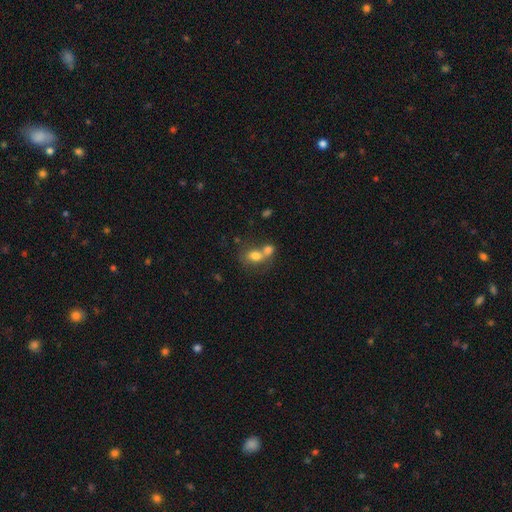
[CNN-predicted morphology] smooth 75%, featured or disk 14%, star or artifact 10%. Down the decision tree: how rounded — in between (59%); merging — merger (64%).